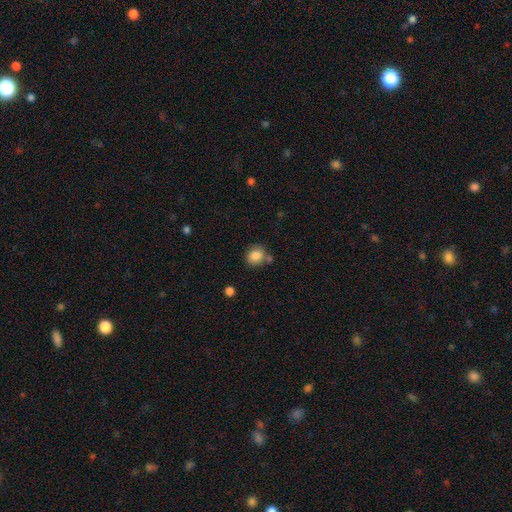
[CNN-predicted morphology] Smooth or featured? Predicted: smooth (p=0.85). How rounded? Predicted: round (p=0.67). Merging? Predicted: none (p=0.70).